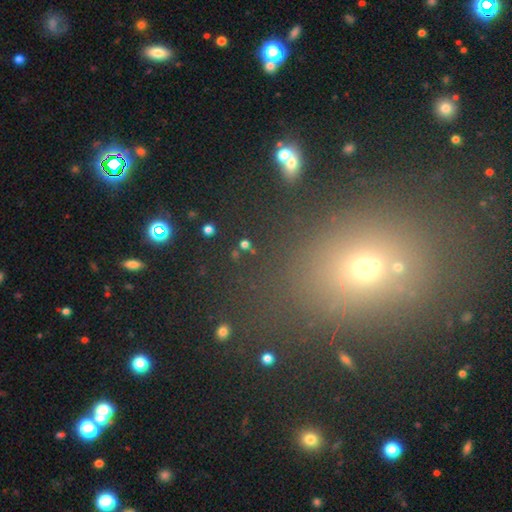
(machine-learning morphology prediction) Smooth or featured?
  - smooth: 45% *
  - star or artifact: 44%
  - featured or disk: 11%
Merging?
  - none: 77% *
  - minor disturbance: 9%
  - merger: 9%
  - major disturbance: 5%